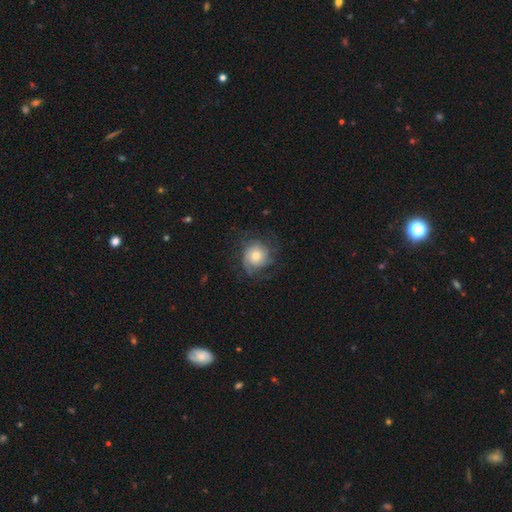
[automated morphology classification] featured or disk 58%, smooth 34%, star or artifact 8%. Down the decision tree: edge-on disk — no (97%); bar — no (81%); spiral arms — yes (88%); bulge size — moderate (56%); merging — none (66%).